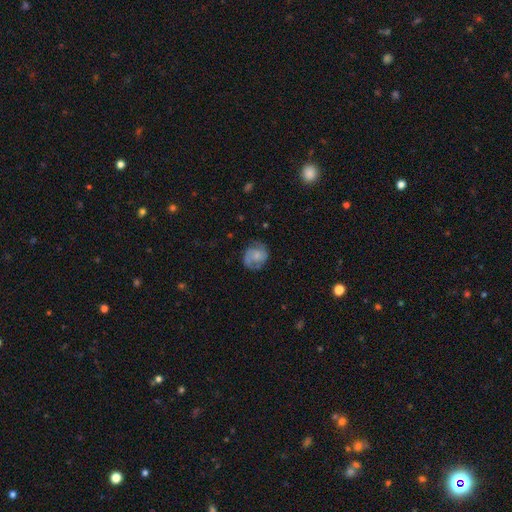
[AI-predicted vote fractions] This appears to be a featured or disk galaxy (57%) with no bar (71%), spiral arms (89%) and a small central bulge (40%). Merging: none (66%).